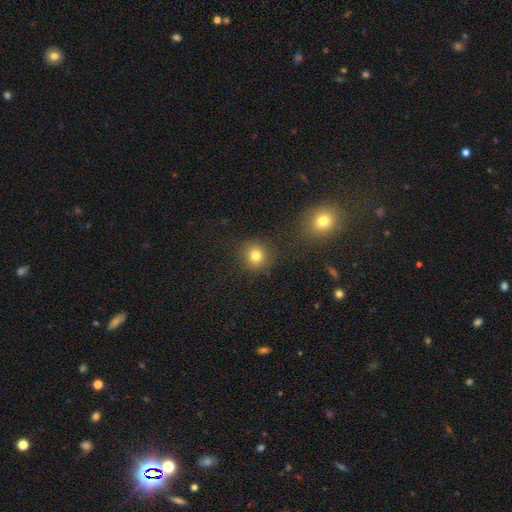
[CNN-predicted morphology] smooth-or-featured: smooth: 80% | star or artifact: 14% | featured or disk: 7%
  how-rounded: round: 89% | in between: 10% | cigar-shaped: 1%
  merging: none: 85% | minor disturbance: 8% | merger: 4% | major disturbance: 3%